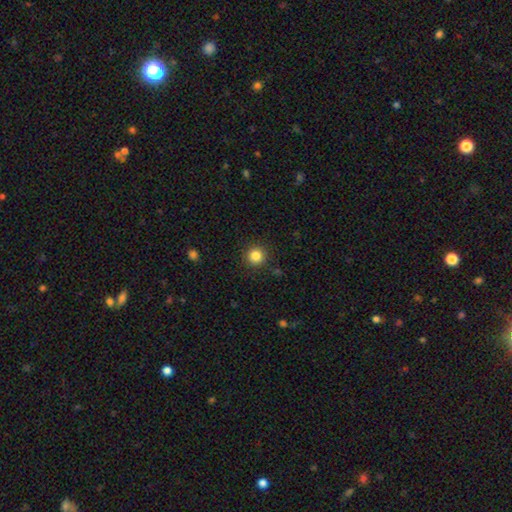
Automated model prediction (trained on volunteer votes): smooth-or-featured: smooth: 84% | star or artifact: 11% | featured or disk: 5%
  how-rounded: round: 94% | in between: 5% | cigar-shaped: 1%
  merging: none: 91% | minor disturbance: 6% | major disturbance: 2% | merger: 1%